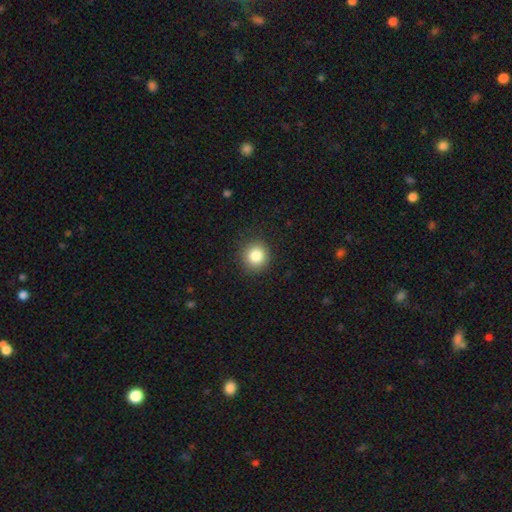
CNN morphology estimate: A smooth galaxy with no disk features (84%) that is round (91%).

Vote fractions:
- Smooth or featured? smooth: 84% / star or artifact: 10% / featured or disk: 6%
- How rounded? round: 91% / in between: 8% / cigar-shaped: 1%
- Merging? none: 89% / minor disturbance: 7% / major disturbance: 2% / merger: 1%